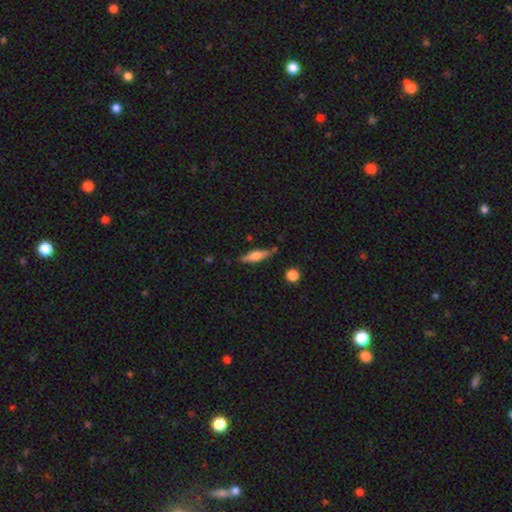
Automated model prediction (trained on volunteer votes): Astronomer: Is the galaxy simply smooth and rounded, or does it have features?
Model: smooth — 56% (runner-up: featured or disk, 38%).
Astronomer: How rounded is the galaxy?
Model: cigar-shaped — 70%.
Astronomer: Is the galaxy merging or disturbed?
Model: none — 79%.